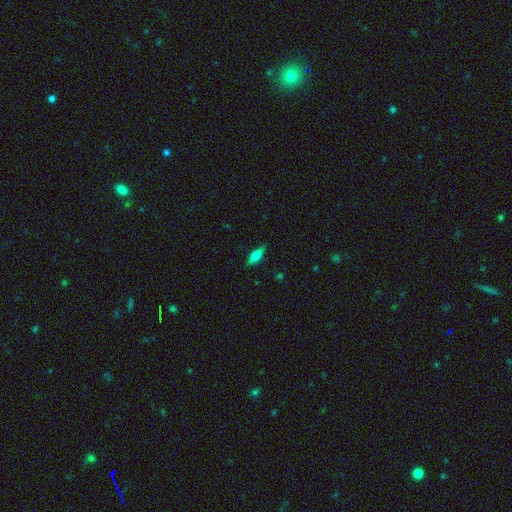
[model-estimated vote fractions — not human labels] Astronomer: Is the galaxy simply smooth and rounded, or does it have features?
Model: smooth — 62%.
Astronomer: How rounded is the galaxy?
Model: in between — 60% (runner-up: cigar-shaped, 38%).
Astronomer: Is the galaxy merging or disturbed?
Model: none — 85%.